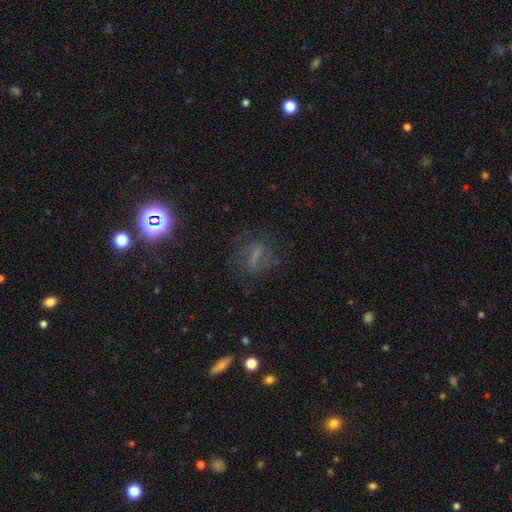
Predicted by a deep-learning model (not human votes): Smooth or featured? Predicted: featured or disk (p=0.39). Merging? Predicted: none (p=0.71).